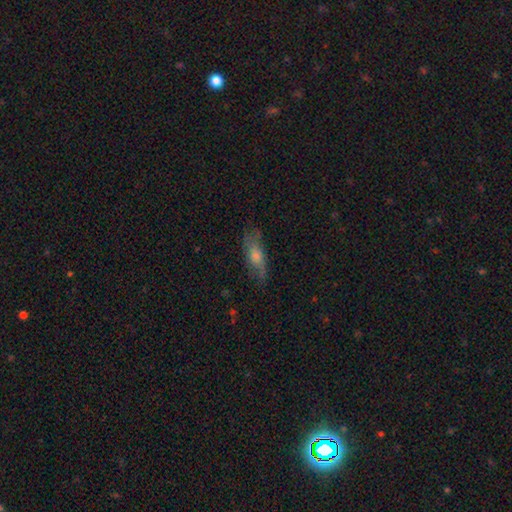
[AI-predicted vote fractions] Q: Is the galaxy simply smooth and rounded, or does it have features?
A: smooth — 49%.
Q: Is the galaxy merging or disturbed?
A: none — 67%.